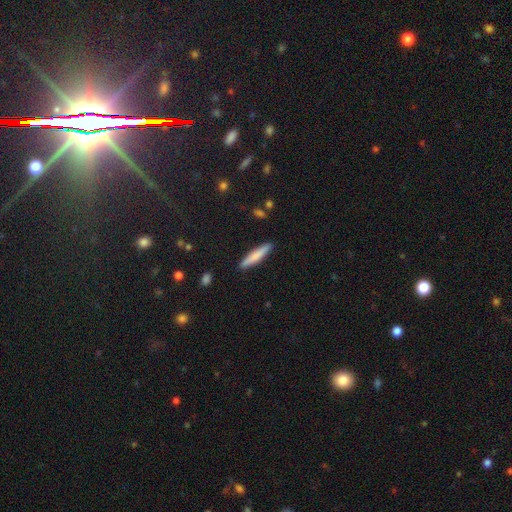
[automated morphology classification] Smooth or featured?
  - smooth: 73% *
  - featured or disk: 21%
  - star or artifact: 6%
How rounded?
  - cigar-shaped: 91% *
  - in between: 8%
  - round: 1%
Merging?
  - none: 89% *
  - minor disturbance: 7%
  - major disturbance: 2%
  - merger: 1%